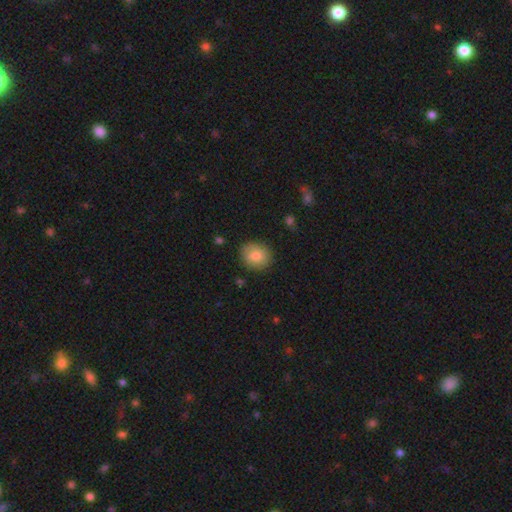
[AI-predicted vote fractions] Smooth or featured?
  - smooth: 82% *
  - featured or disk: 10%
  - star or artifact: 8%
How rounded?
  - round: 65% *
  - in between: 34%
  - cigar-shaped: 1%
Merging?
  - none: 85% *
  - minor disturbance: 11%
  - major disturbance: 3%
  - merger: 1%